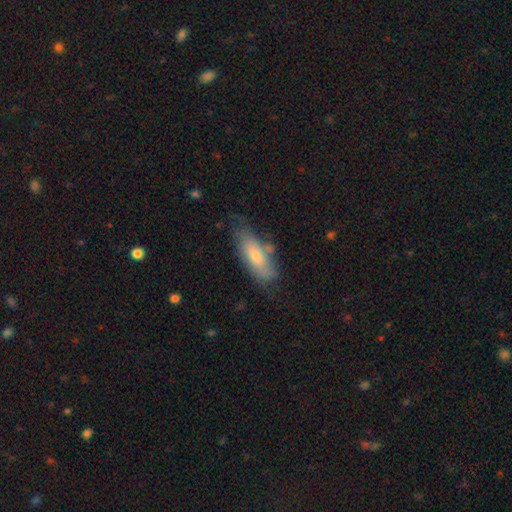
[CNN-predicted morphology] smooth 66%, featured or disk 27%, star or artifact 6%. Down the decision tree: how rounded — in between (71%); merging — none (59%).